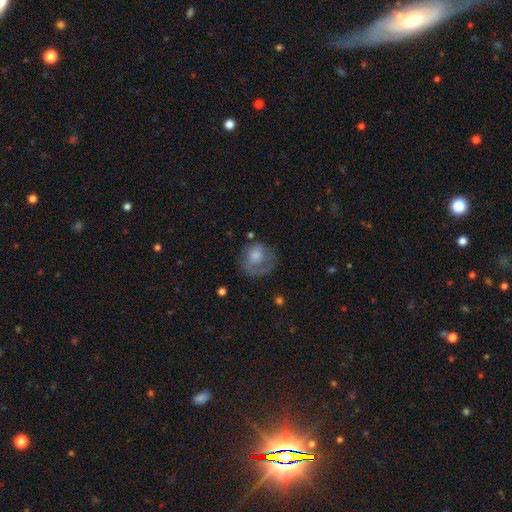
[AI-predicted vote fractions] Smooth or featured? smooth (51%)
How rounded? round (68%)
Merging? none (47%)